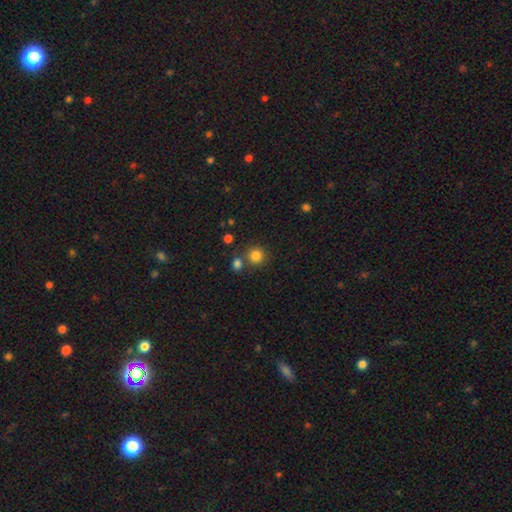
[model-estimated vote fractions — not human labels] Smooth or featured?
  - smooth: 82% *
  - star or artifact: 12%
  - featured or disk: 5%
How rounded?
  - round: 91% *
  - in between: 8%
  - cigar-shaped: 1%
Merging?
  - none: 72% *
  - merger: 17%
  - minor disturbance: 8%
  - major disturbance: 3%